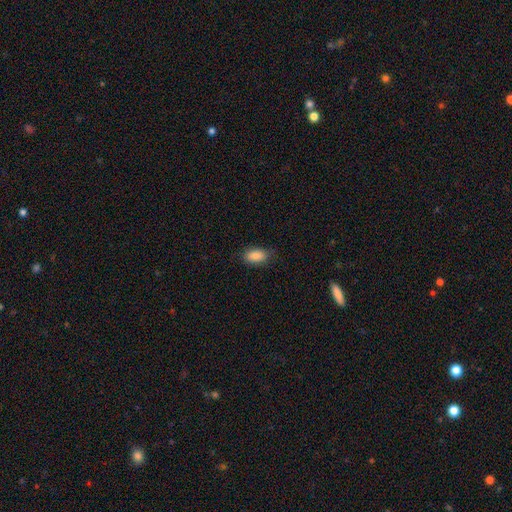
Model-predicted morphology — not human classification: A smooth galaxy with no disk features (87%) that is in between round and cigar-shaped (91%).

Vote fractions:
- Smooth or featured? smooth: 87% / star or artifact: 7% / featured or disk: 5%
- How rounded? in between: 91% / round: 5% / cigar-shaped: 4%
- Merging? none: 80% / minor disturbance: 16% / major disturbance: 3% / merger: 1%